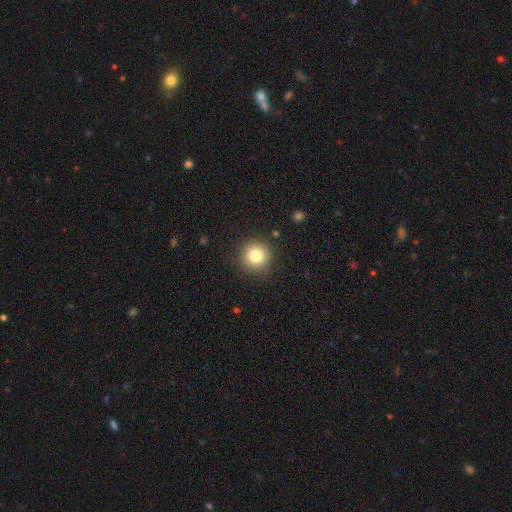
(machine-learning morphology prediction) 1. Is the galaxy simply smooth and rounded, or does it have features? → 83% smooth, 11% star or artifact, 7% featured or disk.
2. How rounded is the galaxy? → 94% round, 5% in between, 1% cigar-shaped.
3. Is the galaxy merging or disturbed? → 89% none, 8% minor disturbance, 3% major disturbance, 1% merger.